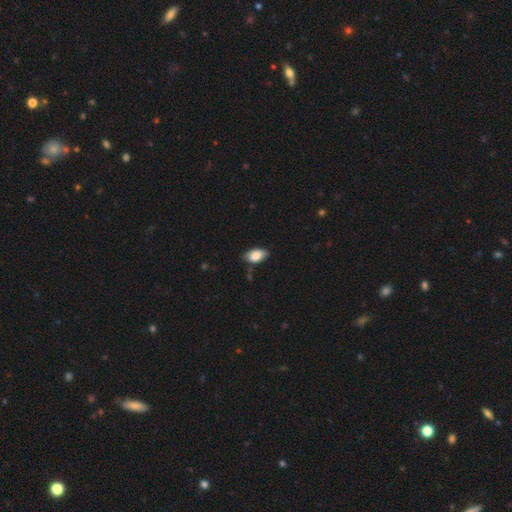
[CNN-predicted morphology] The model was most divided on "merging": none: 66%, minor disturbance: 27%, major disturbance: 4%, merger: 2%. More confident: how rounded — in between (92%); smooth or featured — smooth (84%).